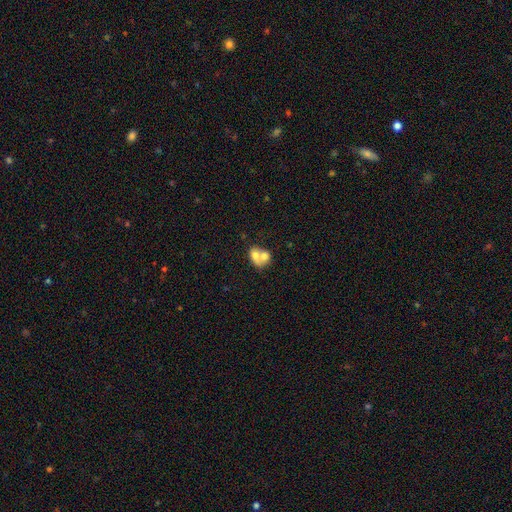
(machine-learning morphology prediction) This appears to be a smooth galaxy with no disk features (64%) that is in between round and cigar-shaped (58%). Merging: merger (72%).